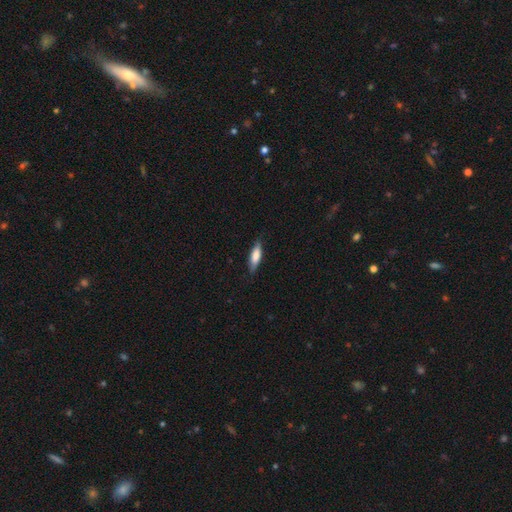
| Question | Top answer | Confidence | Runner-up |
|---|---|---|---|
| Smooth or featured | smooth | 74% | featured or disk (26%) |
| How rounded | cigar-shaped | 61% | in between (39%) |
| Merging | none | 87% | minor disturbance (13%) |